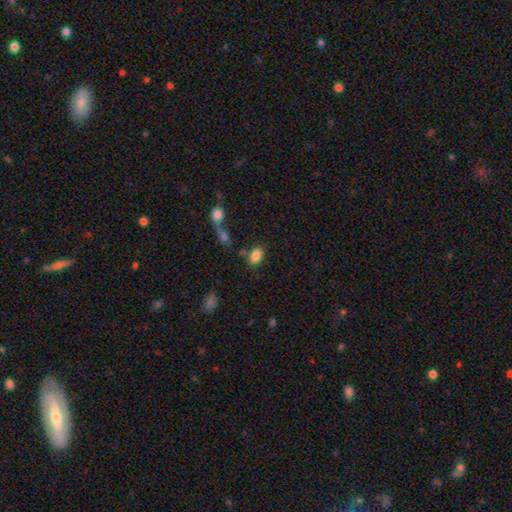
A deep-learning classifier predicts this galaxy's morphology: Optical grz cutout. It shows a smooth galaxy with no disk features (86%) that is in between round and cigar-shaped (82%). Merging: none (72%).